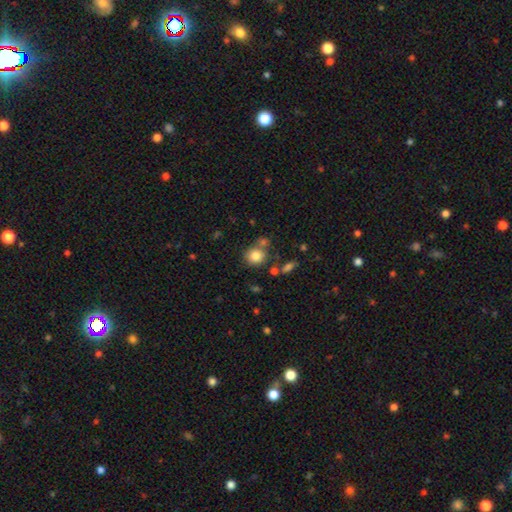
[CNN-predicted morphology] Smooth or featured? smooth (82%)
How rounded? round (81%)
Merging? none (64%)